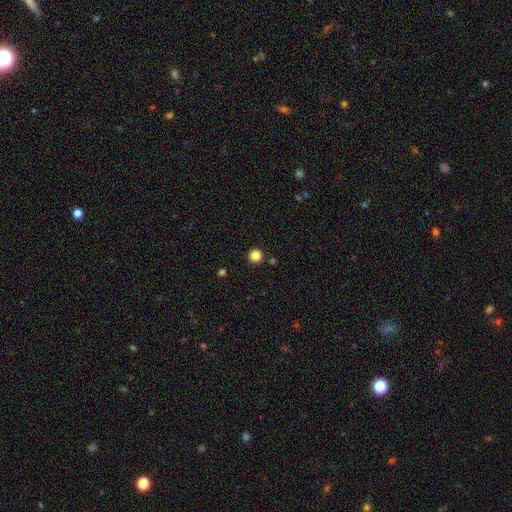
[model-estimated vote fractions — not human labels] A smooth galaxy with no disk features (85%) that is round (96%).

Vote fractions:
- Smooth or featured? smooth: 85% / star or artifact: 11% / featured or disk: 3%
- How rounded? round: 96% / in between: 3% / cigar-shaped: 1%
- Merging? none: 91% / minor disturbance: 5% / merger: 3% / major disturbance: 2%